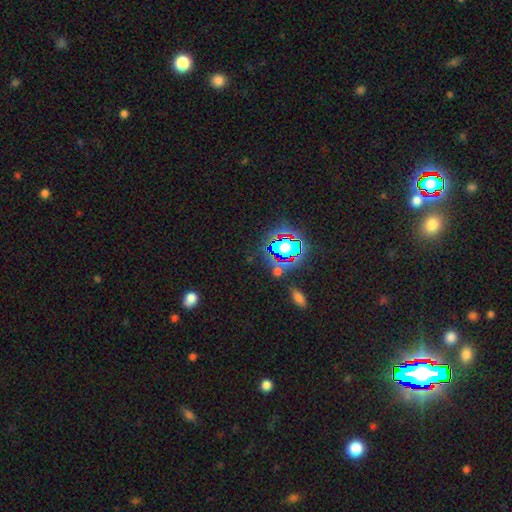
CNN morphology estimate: smooth-or-featured: star or artifact: 76% | smooth: 15% | featured or disk: 9%